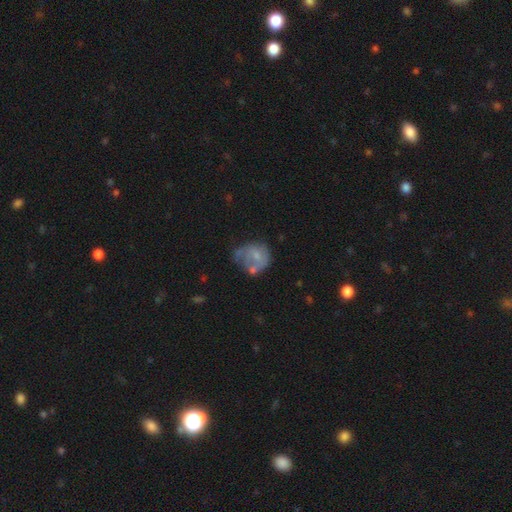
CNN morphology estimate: Smooth or featured? featured or disk (47%)
Merging? none (34%)